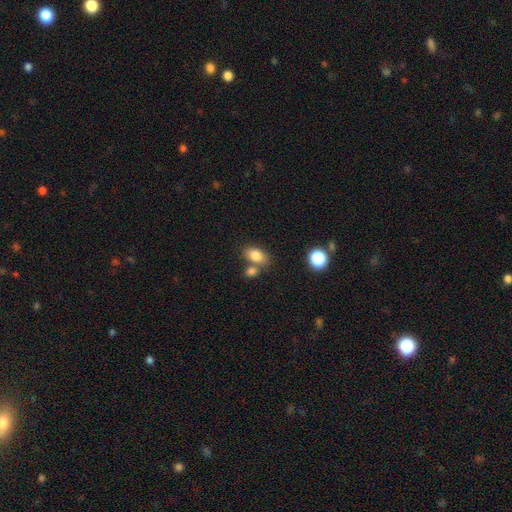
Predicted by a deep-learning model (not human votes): Smooth or featured: smooth — 81% (featured or disk — 9%)
How rounded: in between — 84% (round — 14%)
Merging: none — 57% (merger — 27%)